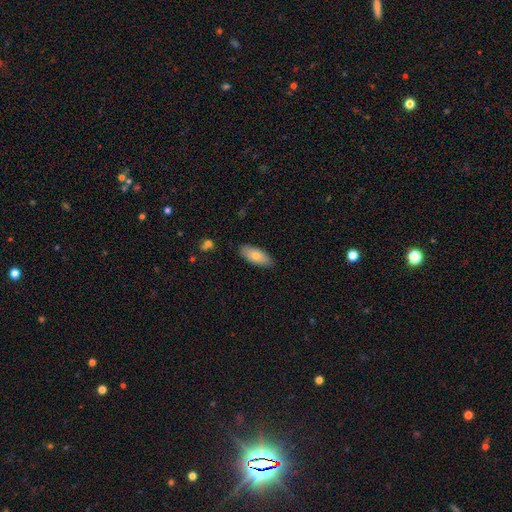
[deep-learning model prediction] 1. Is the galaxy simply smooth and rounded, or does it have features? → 74% smooth, 19% featured or disk, 6% star or artifact.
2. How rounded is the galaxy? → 85% in between, 13% cigar-shaped, 3% round.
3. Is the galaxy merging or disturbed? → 87% none, 10% minor disturbance, 2% major disturbance, 1% merger.